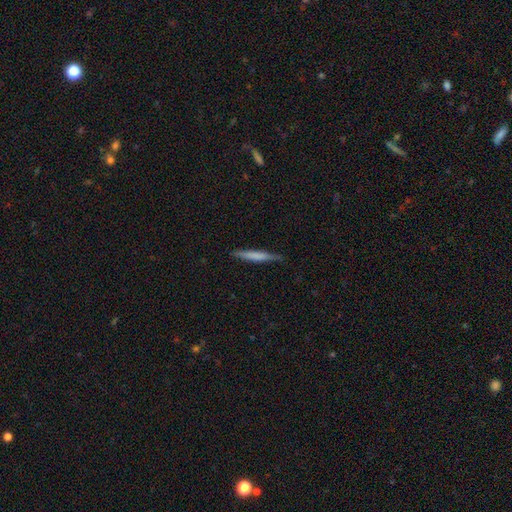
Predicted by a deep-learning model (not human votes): smooth_or_featured: smooth (p=0.60) [alt: featured or disk p=0.34]
how_rounded: cigar-shaped (p=0.95) [alt: in between p=0.04]
merging: none (p=0.86) [alt: minor disturbance p=0.11]